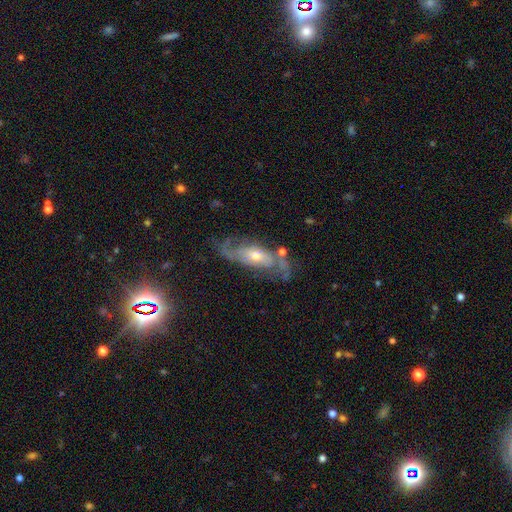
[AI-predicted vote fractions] Morphology: type=featured or disk (79%); edge-on=no (88%); bar=no (63%); spiral arms=yes (91%); winding=medium (44%); arm count=2 (70%); bulge=moderate (56%); merging=none (65%).